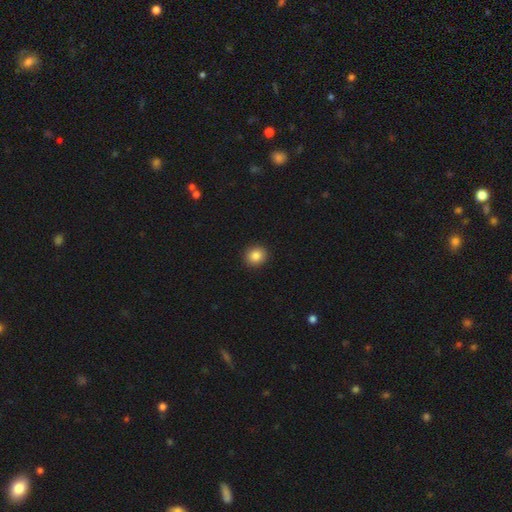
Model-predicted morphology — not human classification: type=smooth (85%); roundness=round (85%); merging=none (92%).